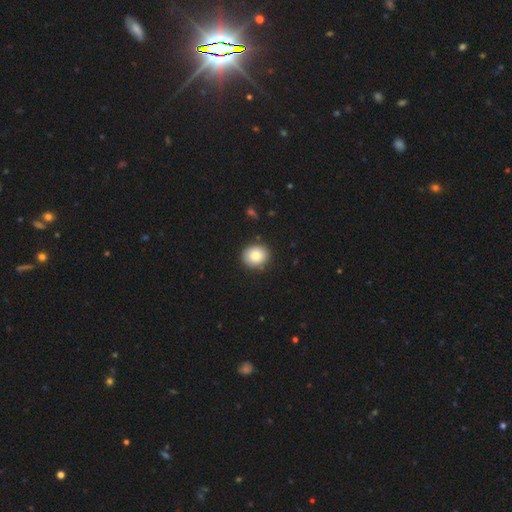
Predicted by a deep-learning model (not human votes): Overall: smooth (83%). How rounded: round (80%). Merging: none (89%).